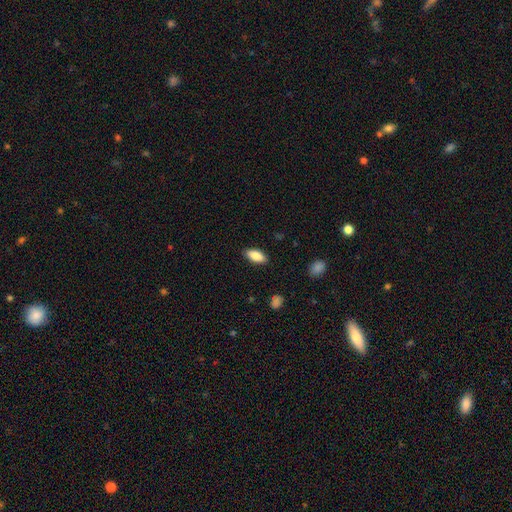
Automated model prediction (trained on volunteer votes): Q: Smooth or featured?
A: smooth (84%); runner-up: featured or disk (9%)
Q: How rounded?
A: in between (85%); runner-up: cigar-shaped (13%)
Q: Merging?
A: none (88%); runner-up: minor disturbance (9%)